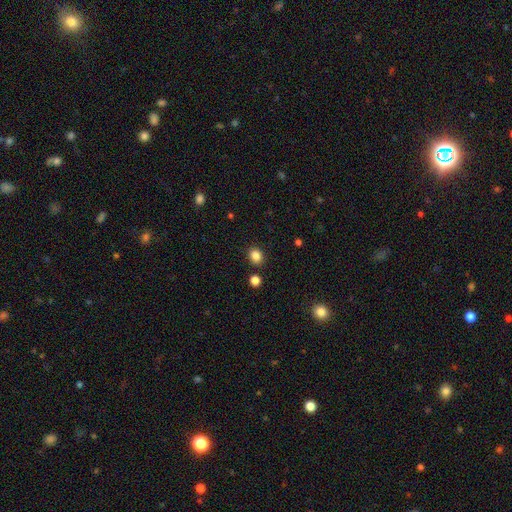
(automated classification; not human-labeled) smooth 84%, star or artifact 12%, featured or disk 4%. Down the decision tree: how rounded — round (62%); merging — none (86%).